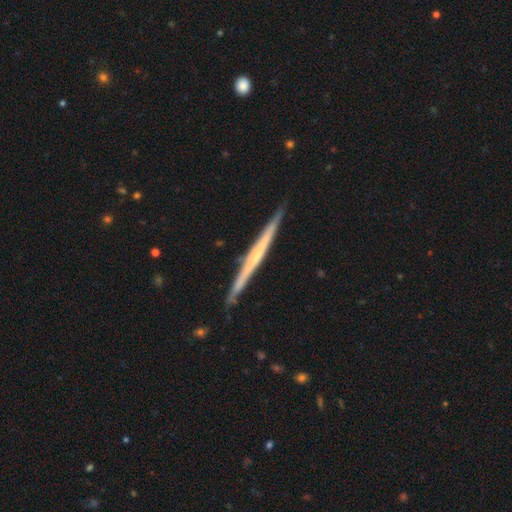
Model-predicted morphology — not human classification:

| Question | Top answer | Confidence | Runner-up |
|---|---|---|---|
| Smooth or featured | featured or disk | 72% | smooth (22%) |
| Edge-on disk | yes | 98% | no (2%) |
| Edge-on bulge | none | 53% | rounded (38%) |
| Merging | none | 89% | minor disturbance (8%) |